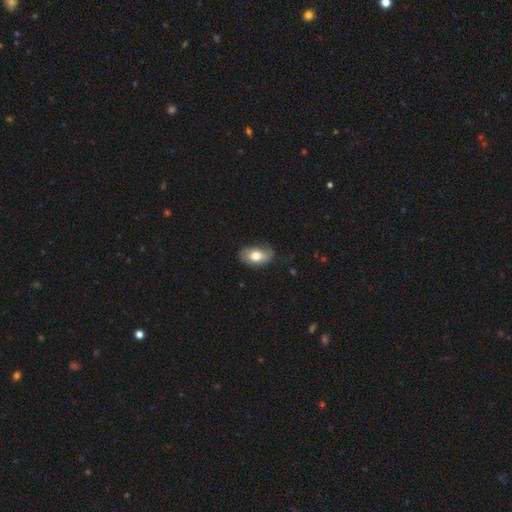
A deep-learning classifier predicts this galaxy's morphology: smooth_or_featured: smooth (p=0.70) [alt: featured or disk p=0.24]
how_rounded: in between (p=0.90) [alt: round p=0.09]
merging: none (p=0.64) [alt: minor disturbance p=0.27]